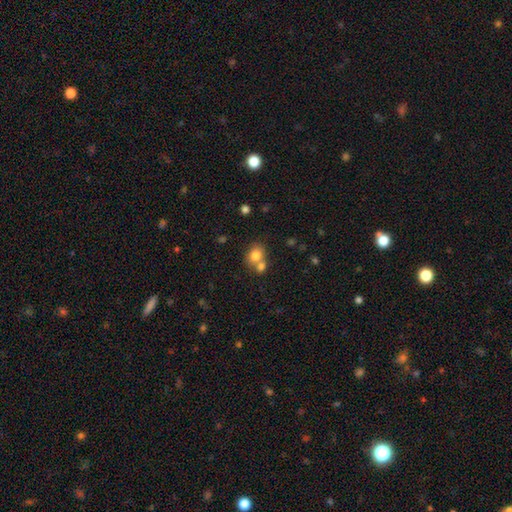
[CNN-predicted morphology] smooth 80%, featured or disk 10%, star or artifact 10%. Down the decision tree: how rounded — round (56%); merging — merger (46%).